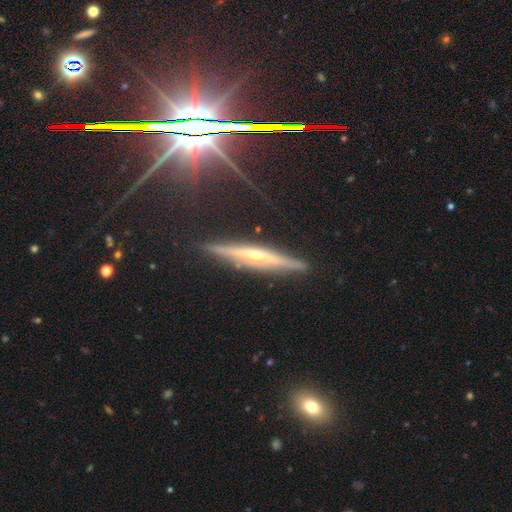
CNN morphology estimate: Smooth or featured: featured or disk — 72% (smooth — 16%)
Edge-on disk: yes — 95% (no — 5%)
Edge-on bulge: rounded — 71% (none — 22%)
Merging: none — 86% (minor disturbance — 10%)